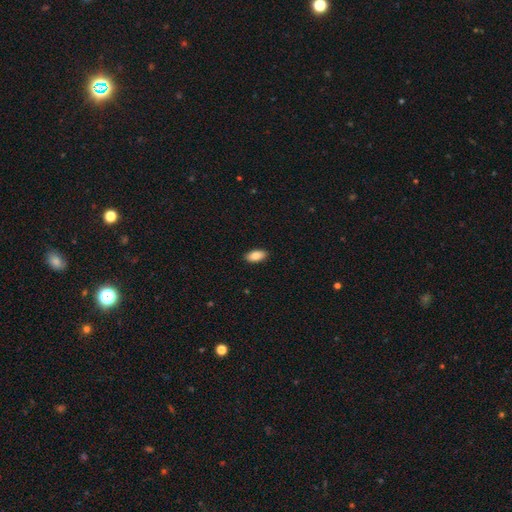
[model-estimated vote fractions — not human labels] smooth_or_featured: smooth (p=0.88) [alt: star or artifact p=0.07]
how_rounded: in between (p=0.93) [alt: cigar-shaped p=0.05]
merging: none (p=0.90) [alt: minor disturbance p=0.08]